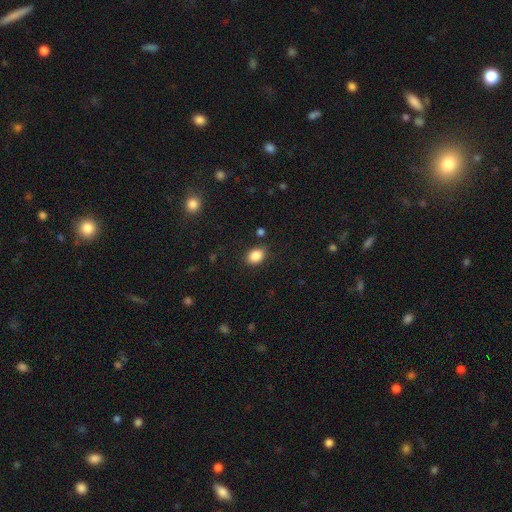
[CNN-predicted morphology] Smooth or featured?
  - smooth: 87% *
  - star or artifact: 9%
  - featured or disk: 4%
How rounded?
  - in between: 74% *
  - round: 24%
  - cigar-shaped: 1%
Merging?
  - none: 83% *
  - minor disturbance: 12%
  - major disturbance: 3%
  - merger: 2%